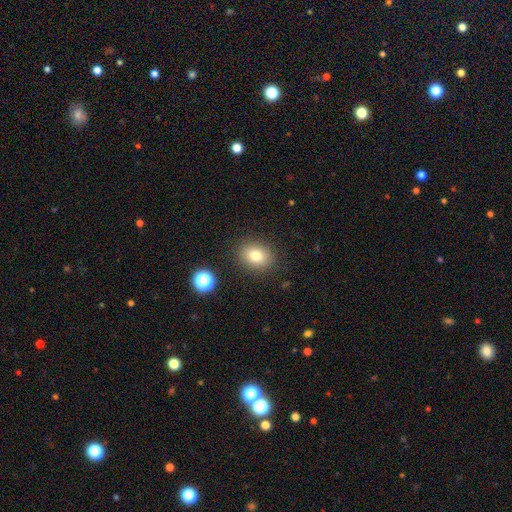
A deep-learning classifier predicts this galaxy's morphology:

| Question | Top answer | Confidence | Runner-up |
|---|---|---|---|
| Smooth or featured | smooth | 80% | star or artifact (11%) |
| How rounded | in between | 56% | round (43%) |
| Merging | none | 86% | minor disturbance (9%) |